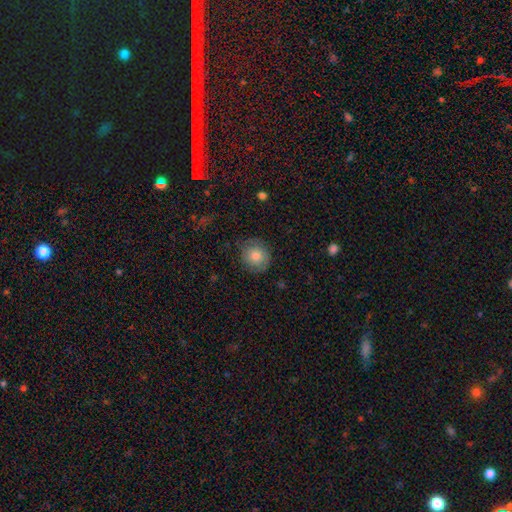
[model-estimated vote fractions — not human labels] Overall: smooth (71%). How rounded: round (86%). Merging: none (78%).